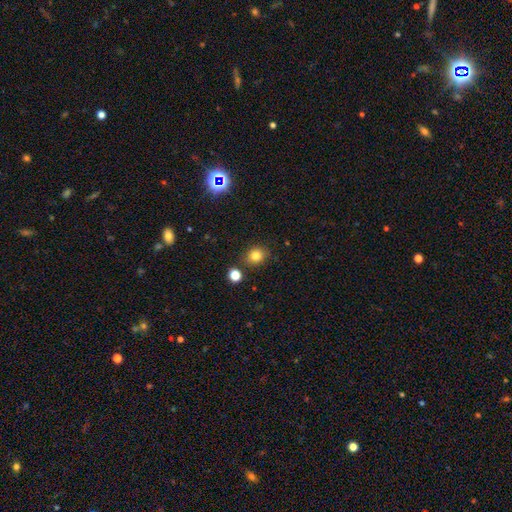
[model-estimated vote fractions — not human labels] A smooth galaxy with no disk features (80%) that is round (71%). Merging: none (83%).